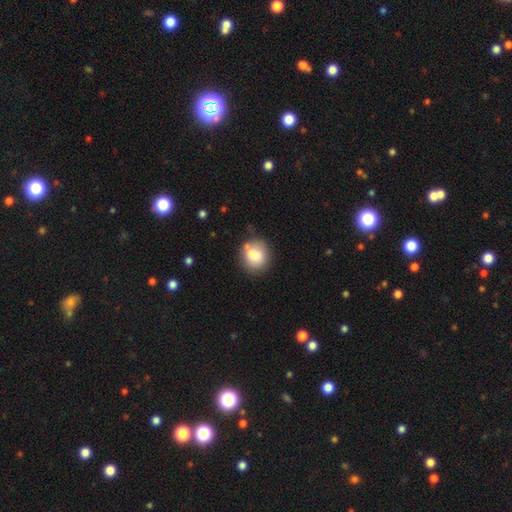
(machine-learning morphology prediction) type=smooth (78%); roundness=round (74%); merging=none (60%).